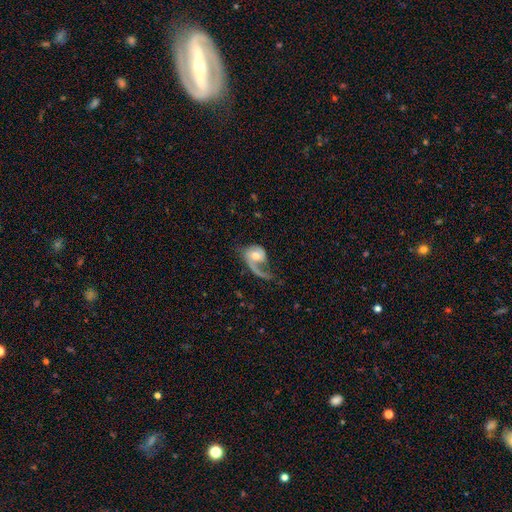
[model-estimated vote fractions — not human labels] Morphology: type=featured or disk (71%); edge-on=no (97%); bar=no (62%); spiral arms=yes (87%); winding=loose (63%); arm count=1 (73%); bulge=moderate (61%); merging=major disturbance (48%).